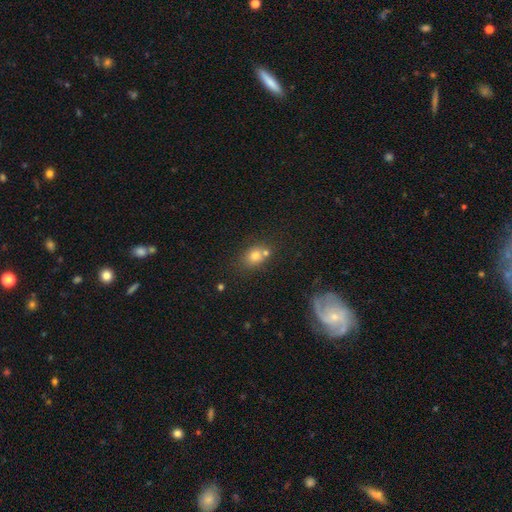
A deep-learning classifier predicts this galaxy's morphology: This appears to be a smooth galaxy with no disk features (70%) that is round (59%). Merging: none (57%).